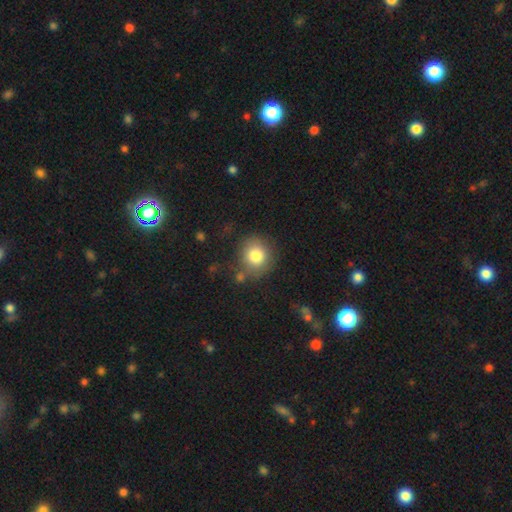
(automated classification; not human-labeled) Overall: smooth (81%). How rounded: round (86%). Merging: none (74%).